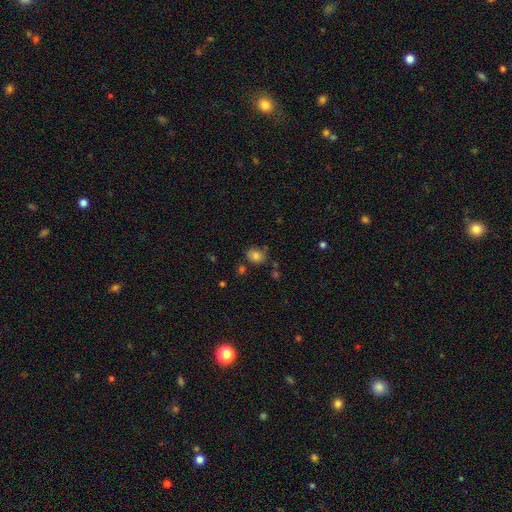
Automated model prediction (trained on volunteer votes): Smooth or featured: smooth — 80% (star or artifact — 12%)
How rounded: in between — 54% (round — 45%)
Merging: none — 75% (minor disturbance — 15%)